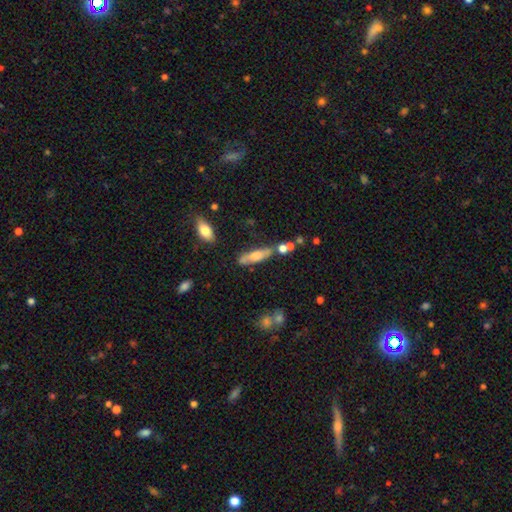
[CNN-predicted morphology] Smooth or featured? smooth (63%)
How rounded? cigar-shaped (69%)
Merging? none (58%)